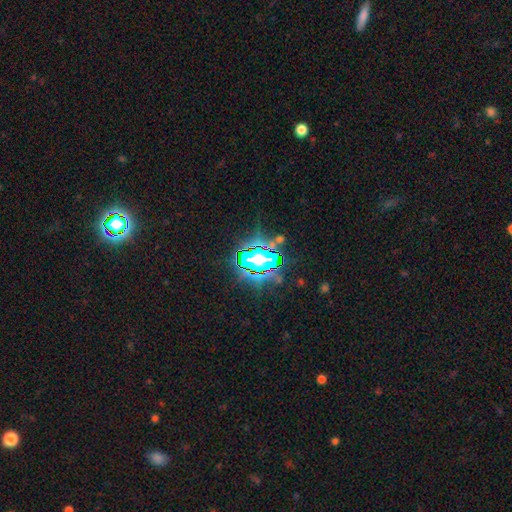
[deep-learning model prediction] This is likely a star or artifact rather than a galaxy (78%).